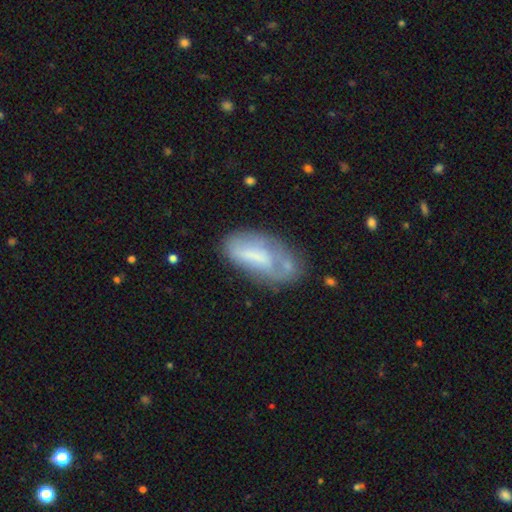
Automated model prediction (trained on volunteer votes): smooth_or_featured: smooth (p=0.52) [alt: featured or disk p=0.41]
how_rounded: in between (p=0.86) [alt: cigar-shaped p=0.11]
merging: none (p=0.43) [alt: minor disturbance p=0.28]